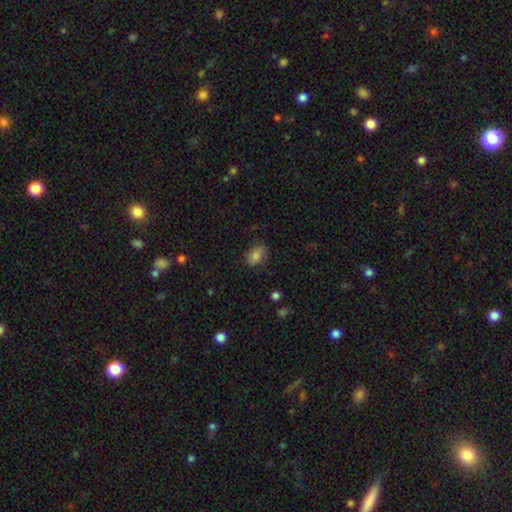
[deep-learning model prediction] smooth_or_featured: smooth (p=0.83) [alt: star or artifact p=0.09]
how_rounded: in between (p=0.83) [alt: round p=0.15]
merging: none (p=0.74) [alt: minor disturbance p=0.20]